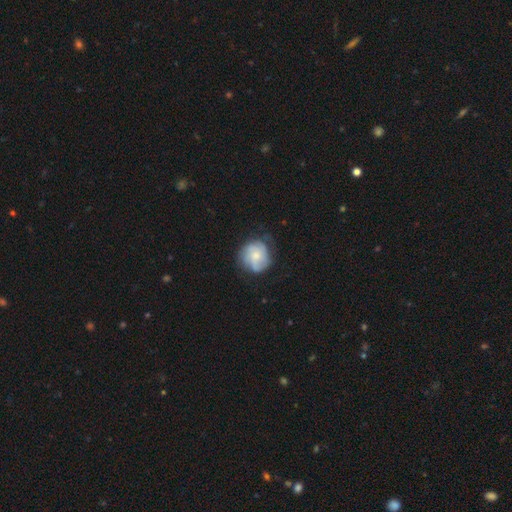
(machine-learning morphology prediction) smooth-or-featured: smooth: 49% | featured or disk: 45% | star or artifact: 7%
  merging: none: 60% | minor disturbance: 27% | major disturbance: 11% | merger: 2%